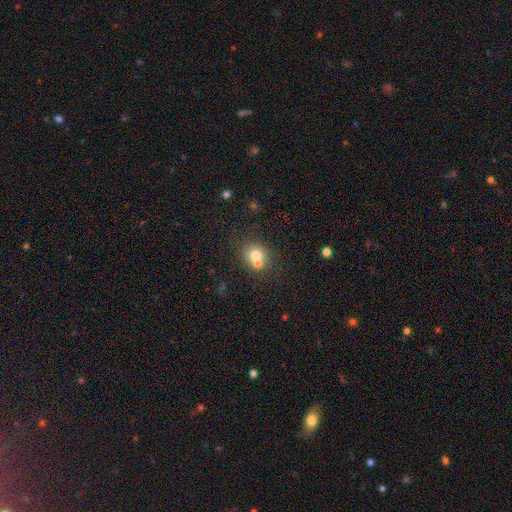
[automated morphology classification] Smooth or featured? Predicted: smooth (p=0.71). How rounded? Predicted: round (p=0.80). Merging? Predicted: none (p=0.47).